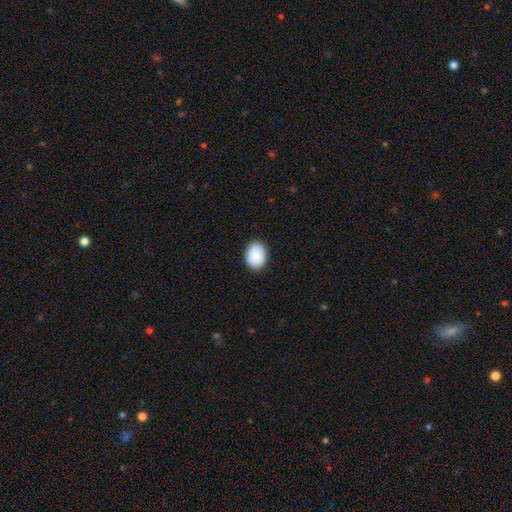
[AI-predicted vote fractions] Smooth or featured: smooth — 90% (star or artifact — 6%)
How rounded: in between — 67% (round — 32%)
Merging: none — 89% (minor disturbance — 9%)